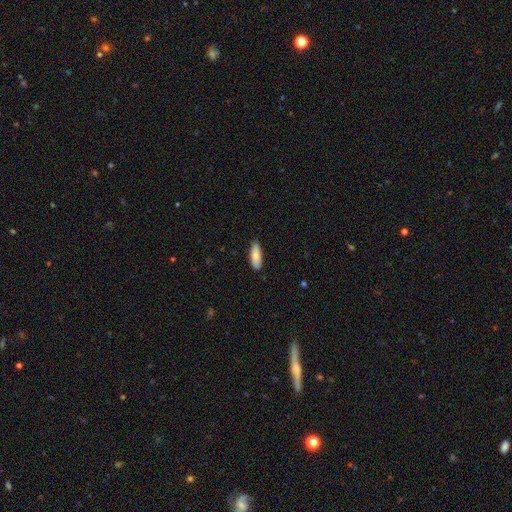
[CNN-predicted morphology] Smooth or featured? smooth (82%)
How rounded? in between (61%)
Merging? none (86%)